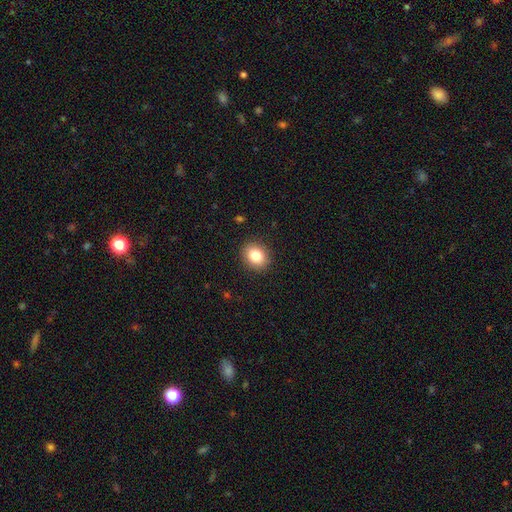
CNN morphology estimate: A smooth galaxy with no disk features (82%) that is round (57%).

Vote fractions:
- Smooth or featured? smooth: 82% / star or artifact: 10% / featured or disk: 8%
- How rounded? round: 57% / in between: 42% / cigar-shaped: 1%
- Merging? none: 90% / minor disturbance: 7% / major disturbance: 2% / merger: 1%